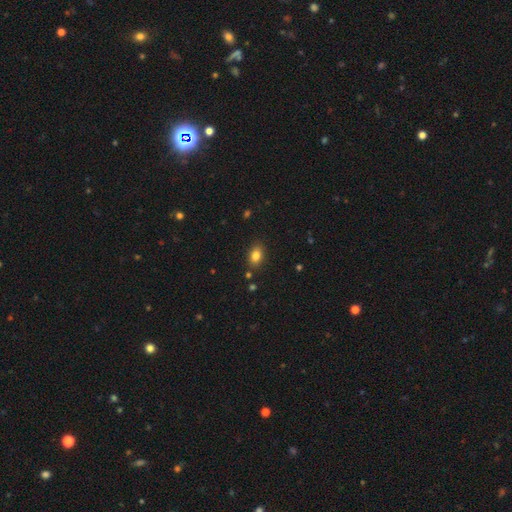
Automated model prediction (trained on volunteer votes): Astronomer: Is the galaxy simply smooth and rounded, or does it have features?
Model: smooth — 83%.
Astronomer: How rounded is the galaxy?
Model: in between — 80%.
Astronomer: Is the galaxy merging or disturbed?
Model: none — 84%.